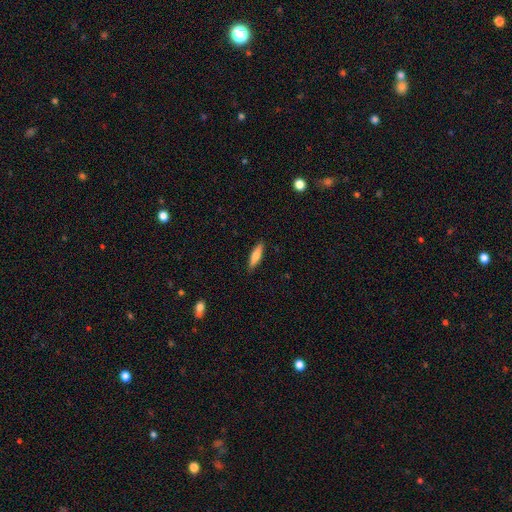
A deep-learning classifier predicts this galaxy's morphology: This appears to be a smooth galaxy with no disk features (75%) that is cigar-shaped (72%). Merging: none (88%).